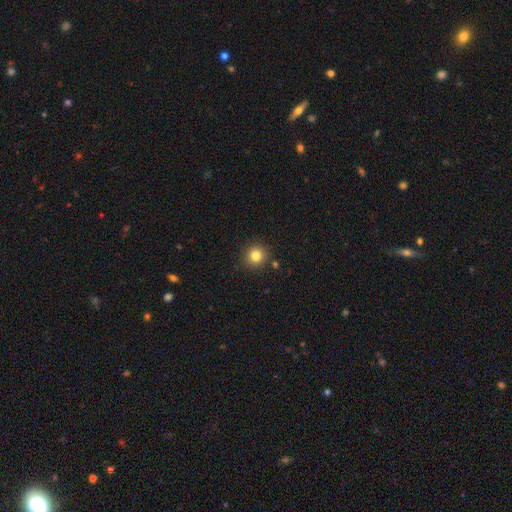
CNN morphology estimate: This is clearly a smooth galaxy (82%). How rounded: clearly round (92%). Merging: clearly none (87%).